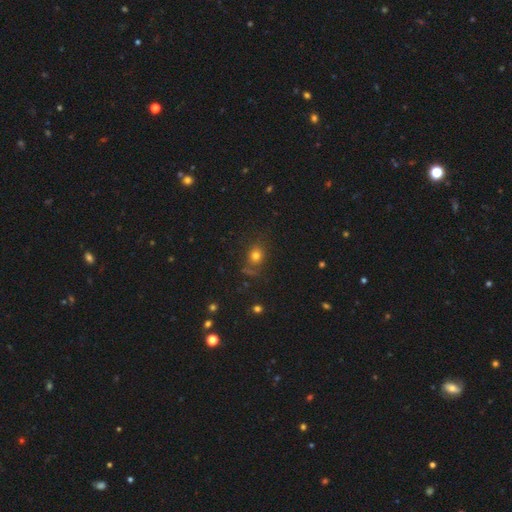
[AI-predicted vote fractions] Smooth or featured? smooth (75%)
How rounded? round (70%)
Merging? none (74%)